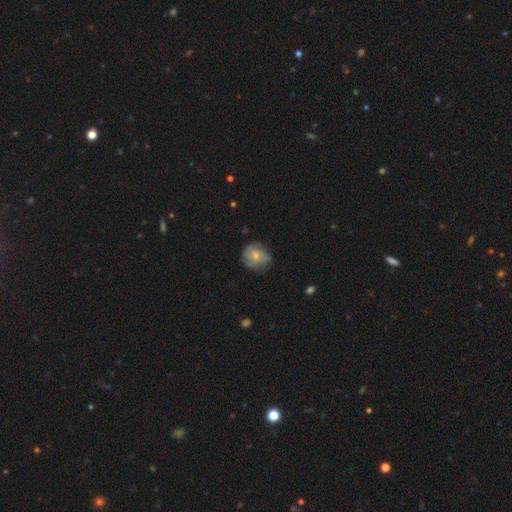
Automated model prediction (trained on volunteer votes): smooth 62%, featured or disk 31%, star or artifact 8%. Down the decision tree: how rounded — round (84%); merging — none (67%).